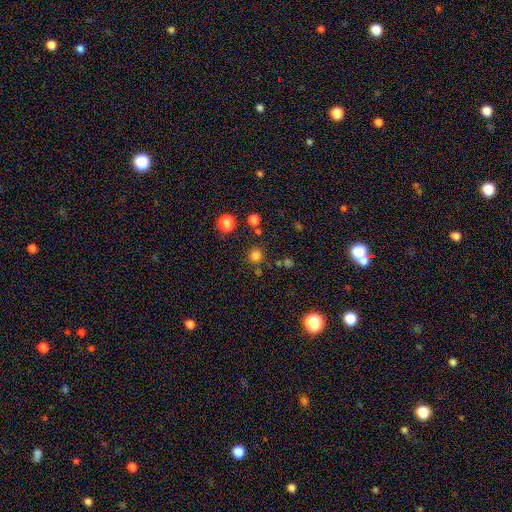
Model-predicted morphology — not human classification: Q: Smooth or featured?
A: smooth (77%); runner-up: star or artifact (18%)
Q: How rounded?
A: round (91%); runner-up: in between (8%)
Q: Merging?
A: none (82%); runner-up: minor disturbance (8%)